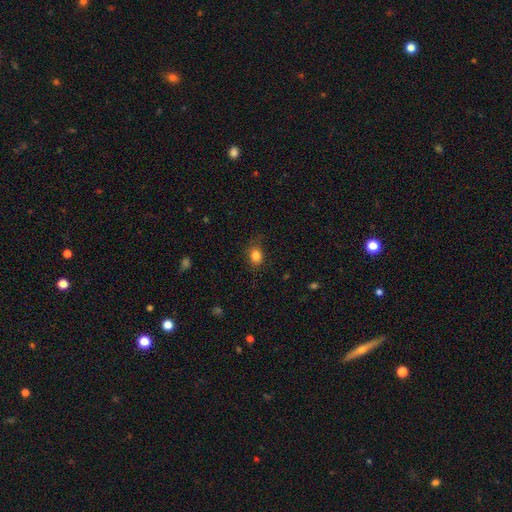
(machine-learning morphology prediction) smooth_or_featured: smooth (p=0.83) [alt: star or artifact p=0.11]
how_rounded: in between (p=0.50) [alt: round p=0.49]
merging: none (p=0.77) [alt: minor disturbance p=0.17]